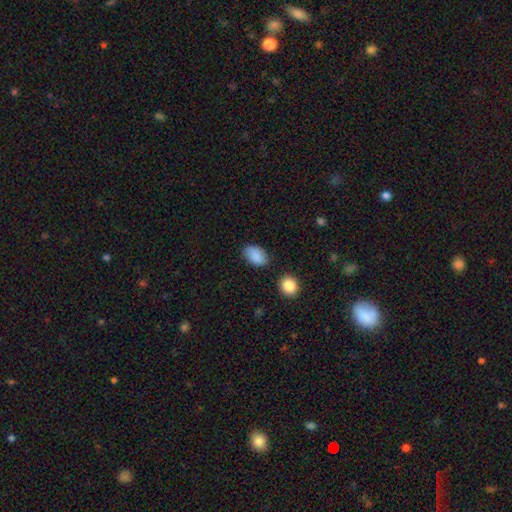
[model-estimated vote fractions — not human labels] Smooth or featured?
  - smooth: 86% *
  - star or artifact: 8%
  - featured or disk: 6%
How rounded?
  - in between: 88% *
  - round: 11%
  - cigar-shaped: 1%
Merging?
  - none: 75% *
  - minor disturbance: 17%
  - major disturbance: 4%
  - merger: 4%